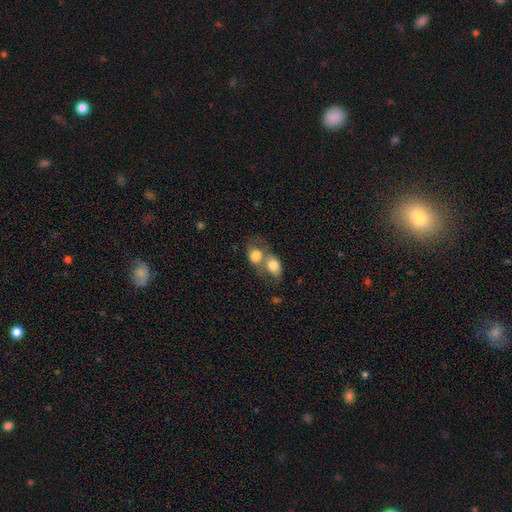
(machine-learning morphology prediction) This is likely a smooth galaxy (77%). How rounded: possibly in between (53%). Merging: likely merger (74%).